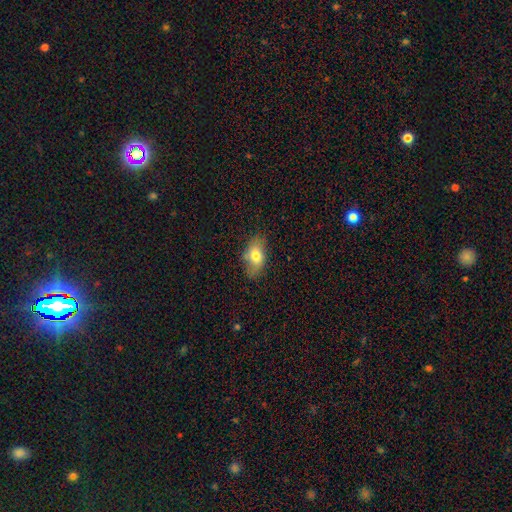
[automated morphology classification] A smooth galaxy with no disk features (74%) that is in between round and cigar-shaped (87%).

Vote fractions:
- Smooth or featured? smooth: 74% / featured or disk: 18% / star or artifact: 8%
- How rounded? in between: 87% / round: 9% / cigar-shaped: 3%
- Merging? none: 74% / minor disturbance: 20% / major disturbance: 5% / merger: 1%